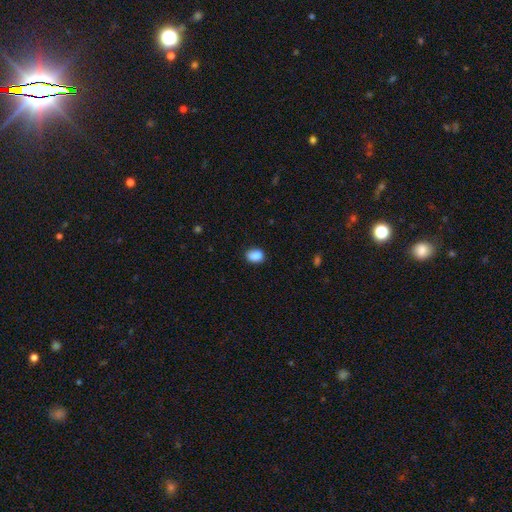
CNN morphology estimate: smooth 87%, star or artifact 9%, featured or disk 4%. Down the decision tree: how rounded — in between (74%); merging — none (78%).